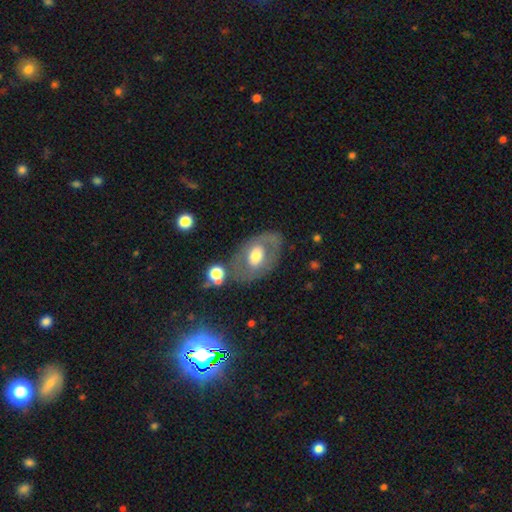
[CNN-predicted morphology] Smooth or featured? featured or disk (46%, tied with smooth)
Merging? none (67%)